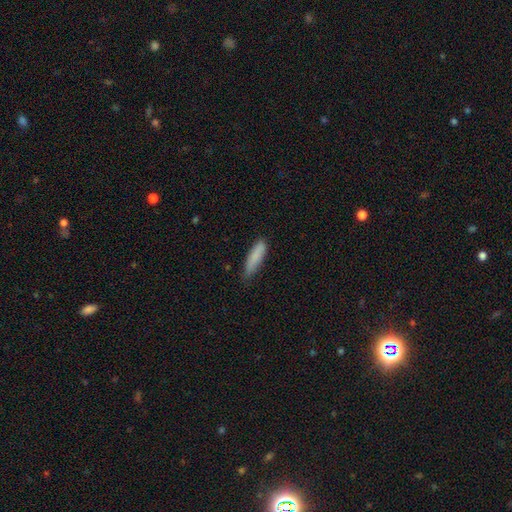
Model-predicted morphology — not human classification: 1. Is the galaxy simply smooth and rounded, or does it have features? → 85% smooth, 8% featured or disk, 7% star or artifact.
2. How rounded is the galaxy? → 70% cigar-shaped, 28% in between, 1% round.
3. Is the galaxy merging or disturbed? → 70% none, 25% minor disturbance, 4% major disturbance, 1% merger.